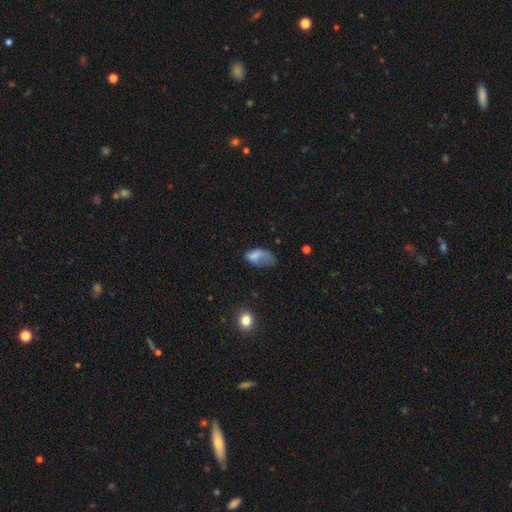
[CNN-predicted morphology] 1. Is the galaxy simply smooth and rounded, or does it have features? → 70% smooth, 20% featured or disk, 10% star or artifact.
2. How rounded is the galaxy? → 90% in between, 7% round, 3% cigar-shaped.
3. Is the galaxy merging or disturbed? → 46% major disturbance, 28% minor disturbance, 20% none, 5% merger.